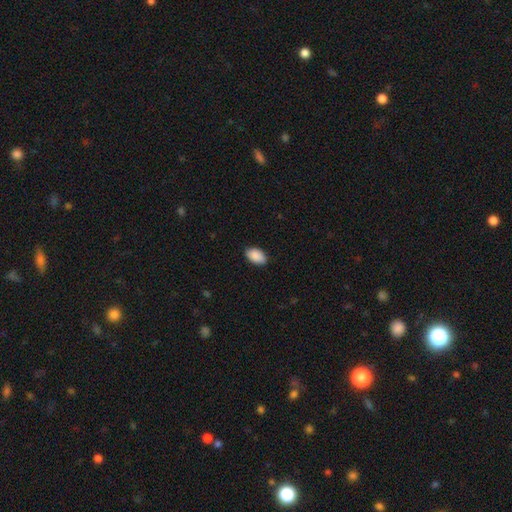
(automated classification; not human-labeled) Overall: smooth (91%). How rounded: in between (94%). Merging: none (87%).